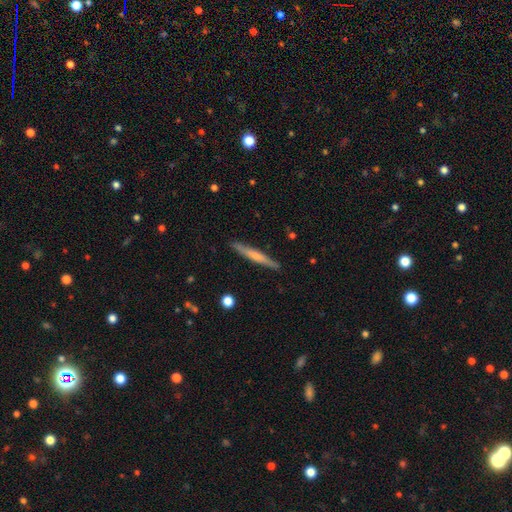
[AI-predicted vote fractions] Q: Smooth or featured?
A: featured or disk (48%); runner-up: smooth (46%)
Q: Merging?
A: none (90%); runner-up: minor disturbance (8%)